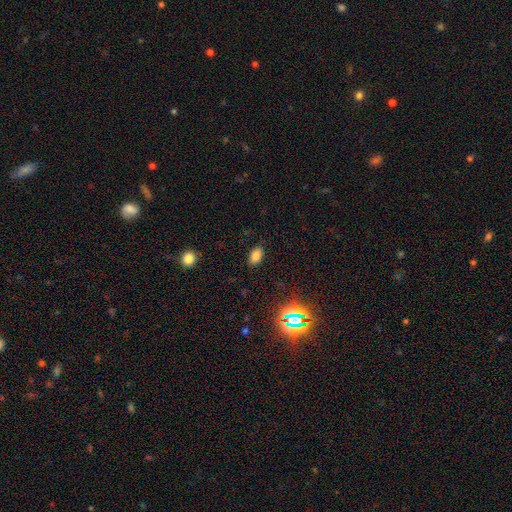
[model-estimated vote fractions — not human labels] Smooth or featured? smooth (78%)
How rounded? in between (89%)
Merging? none (86%)